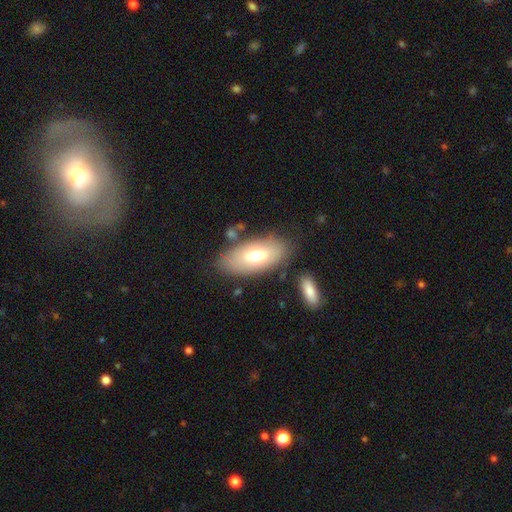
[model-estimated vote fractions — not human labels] Q: Smooth or featured?
A: smooth (66%); runner-up: featured or disk (27%)
Q: How rounded?
A: in between (91%); runner-up: cigar-shaped (6%)
Q: Merging?
A: none (75%); runner-up: minor disturbance (14%)